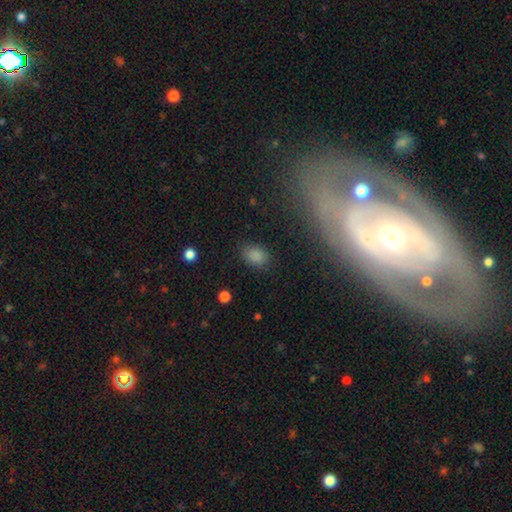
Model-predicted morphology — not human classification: The model was most divided on "how rounded": in between: 81%, round: 18%, cigar-shaped: 1%. More confident: smooth or featured — smooth (84%); merging — none (80%).